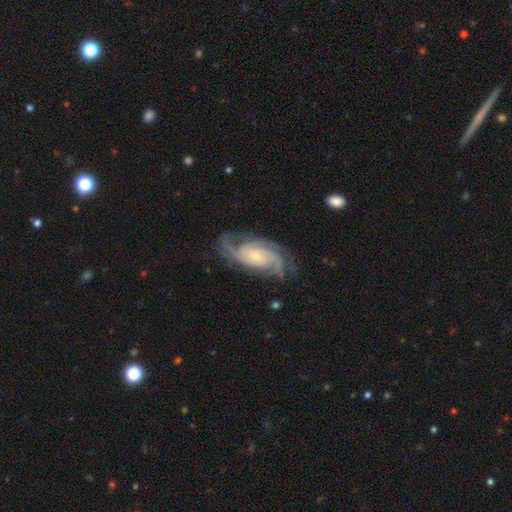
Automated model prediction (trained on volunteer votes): smooth-or-featured: featured or disk: 89% | smooth: 6% | star or artifact: 5%
  disk-edge-on: no: 96% | yes: 4%
    bar: no: 66% | weak: 27% | strong: 7%
    has-spiral-arms: yes: 98% | no: 2%
      spiral-winding: tight: 44% | medium: 43% | loose: 12%
      spiral-arm-count: 2: 39% | 3: 27% | can't tell: 15% | 4: 10% | 1: 5% | more than 4: 5%
    bulge-size: small: 68% | moderate: 25% | none: 3% | large: 3% | dominant: 1%
  merging: none: 73% | minor disturbance: 17% | major disturbance: 9% | merger: 1%